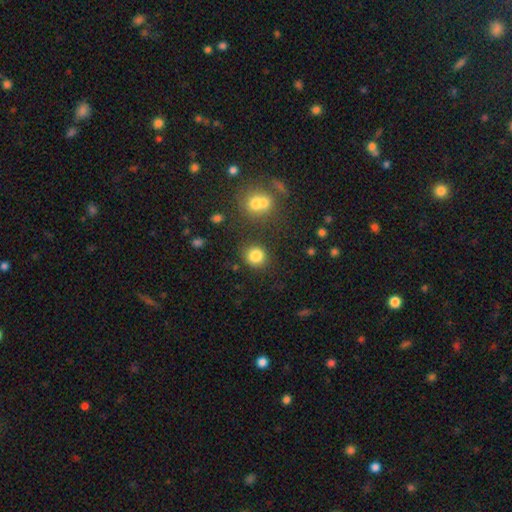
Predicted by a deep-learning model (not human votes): This appears to be a smooth galaxy with no disk features (83%) that is round (84%). Merging: none (80%).